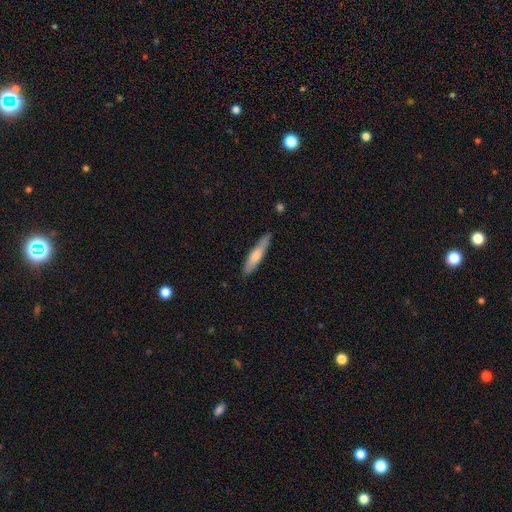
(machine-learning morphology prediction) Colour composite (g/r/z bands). It shows a smooth galaxy with no disk features (62%) that is cigar-shaped (86%). Merging: none (86%).